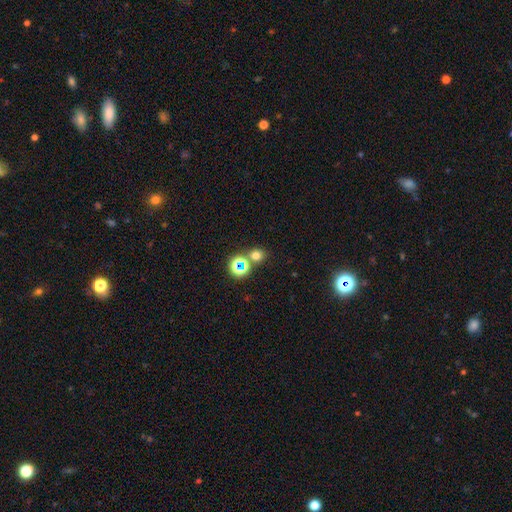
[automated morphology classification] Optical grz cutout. It shows a smooth galaxy with no disk features (63%) that is round (78%). Merging: none (71%).